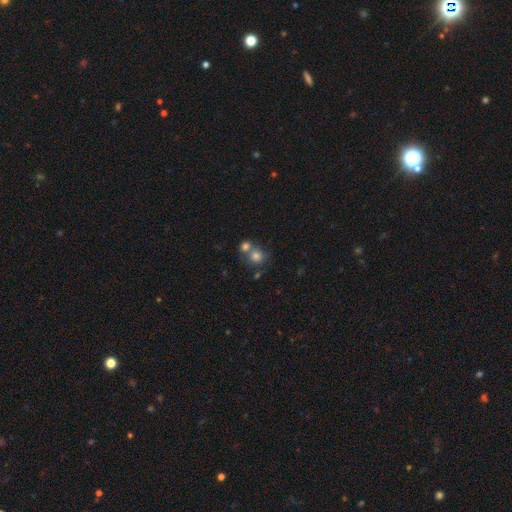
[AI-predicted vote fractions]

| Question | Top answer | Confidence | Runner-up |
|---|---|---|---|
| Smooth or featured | smooth | 76% | star or artifact (13%) |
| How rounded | round | 84% | in between (15%) |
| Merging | none | 47% | merger (41%) |